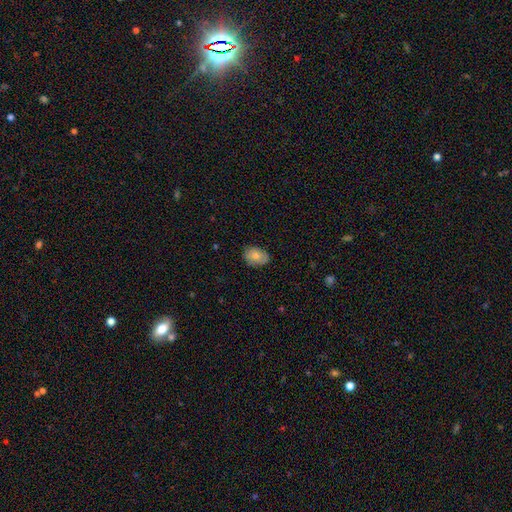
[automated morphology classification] smooth-or-featured: smooth: 74% | featured or disk: 18% | star or artifact: 7%
  how-rounded: in between: 76% | round: 22% | cigar-shaped: 1%
  merging: none: 78% | minor disturbance: 18% | major disturbance: 3% | merger: 1%